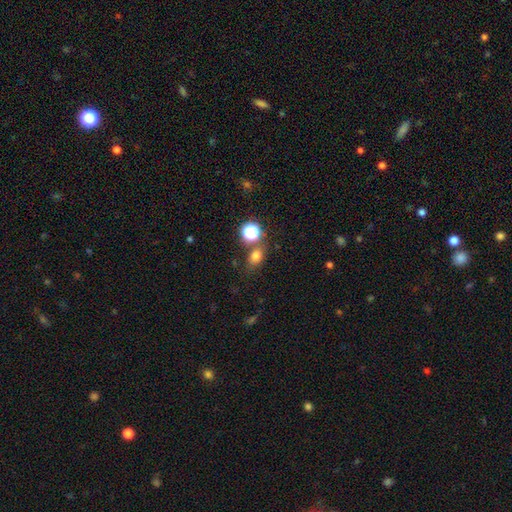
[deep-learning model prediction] smooth_or_featured: smooth (p=0.73) [alt: star or artifact p=0.19]
how_rounded: in between (p=0.58) [alt: round p=0.40]
merging: none (p=0.69) [alt: merger p=0.13]